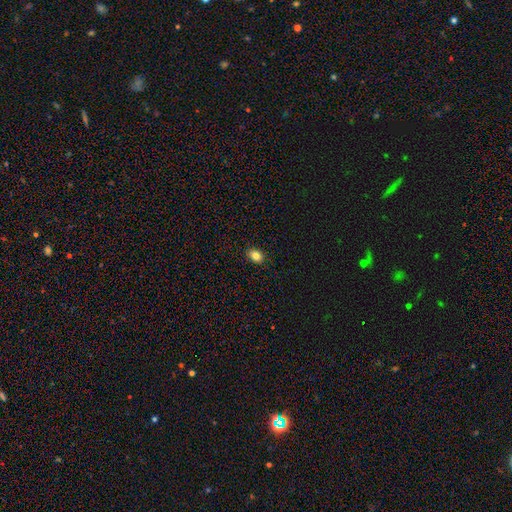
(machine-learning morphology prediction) smooth_or_featured: smooth (p=0.84) [alt: star or artifact p=0.10]
how_rounded: in between (p=0.67) [alt: round p=0.32]
merging: none (p=0.90) [alt: minor disturbance p=0.07]